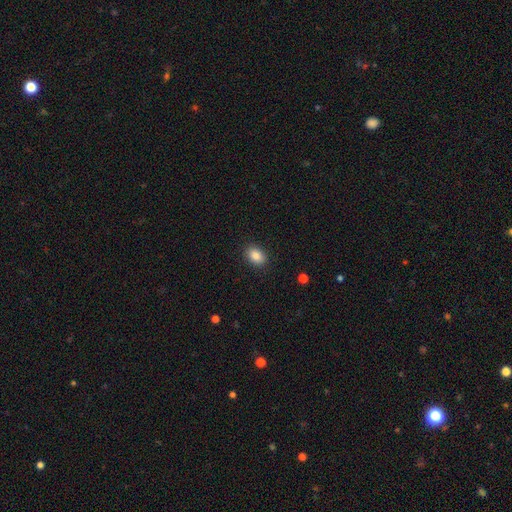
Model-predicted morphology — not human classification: Q: Smooth or featured?
A: smooth (87%); runner-up: star or artifact (8%)
Q: How rounded?
A: in between (83%); runner-up: round (16%)
Q: Merging?
A: none (89%); runner-up: minor disturbance (8%)